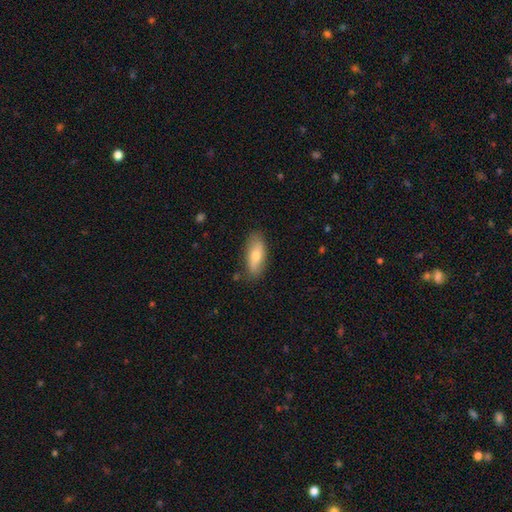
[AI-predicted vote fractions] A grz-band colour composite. It shows a smooth galaxy with no disk features (68%) that is in between round and cigar-shaped (75%). Merging: none (82%).